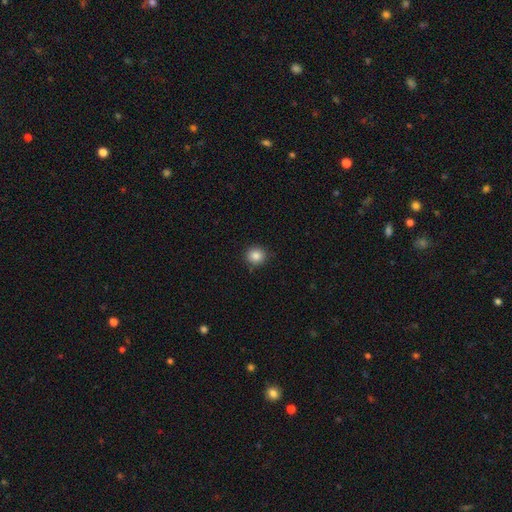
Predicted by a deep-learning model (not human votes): A smooth galaxy with no disk features (86%) that is round (90%). Merging: none (88%).